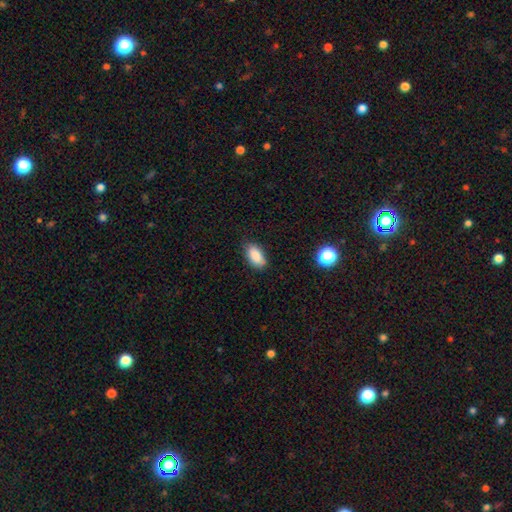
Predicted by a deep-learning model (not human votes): A smooth galaxy with no disk features (86%) that is in between round and cigar-shaped (91%). Merging: none (75%).